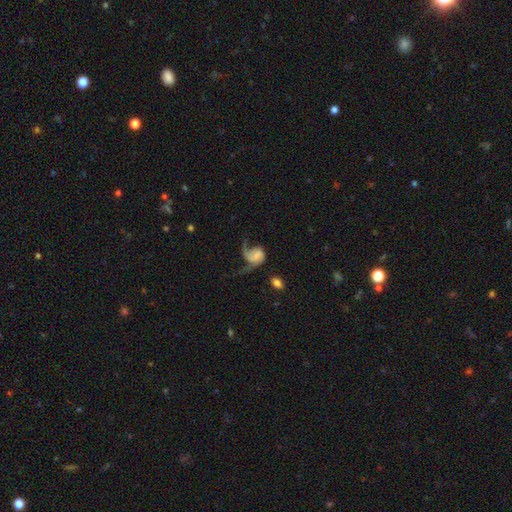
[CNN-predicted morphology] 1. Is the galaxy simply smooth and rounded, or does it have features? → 68% featured or disk, 24% smooth, 8% star or artifact.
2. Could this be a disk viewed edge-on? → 98% no, 2% yes.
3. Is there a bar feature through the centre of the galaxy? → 67% no, 26% weak, 7% strong.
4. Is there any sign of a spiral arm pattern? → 88% yes, 12% no.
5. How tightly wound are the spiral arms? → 64% loose, 27% medium, 9% tight.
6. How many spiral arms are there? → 45% 2, 41% 1, 5% can't tell, 5% 3, 2% 4, 2% more than 4.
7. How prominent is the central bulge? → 44% none, 29% small, 14% moderate, 8% large, 5% dominant.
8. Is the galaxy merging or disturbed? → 46% major disturbance, 30% none, 17% minor disturbance, 6% merger.